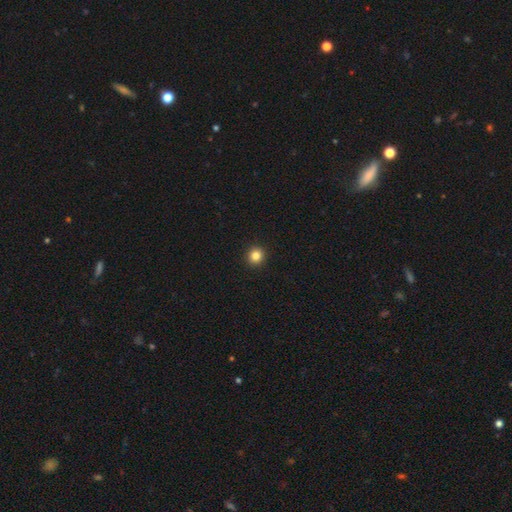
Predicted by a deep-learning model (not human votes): Smooth or featured? Predicted: smooth (p=0.84). How rounded? Predicted: round (p=0.94). Merging? Predicted: none (p=0.93).